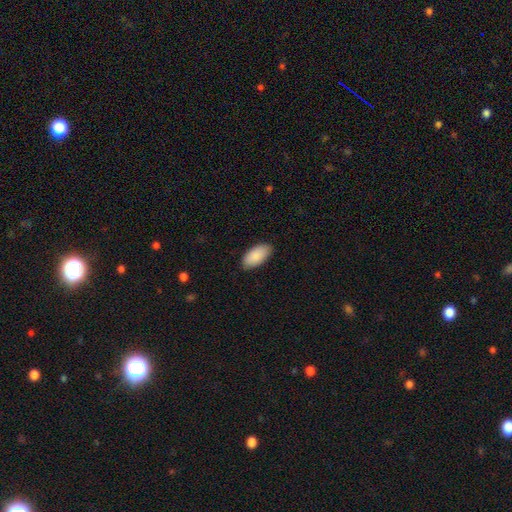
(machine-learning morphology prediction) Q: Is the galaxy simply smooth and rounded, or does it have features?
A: smooth — 89%.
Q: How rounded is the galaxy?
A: in between — 95%.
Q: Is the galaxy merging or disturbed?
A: none — 87%.